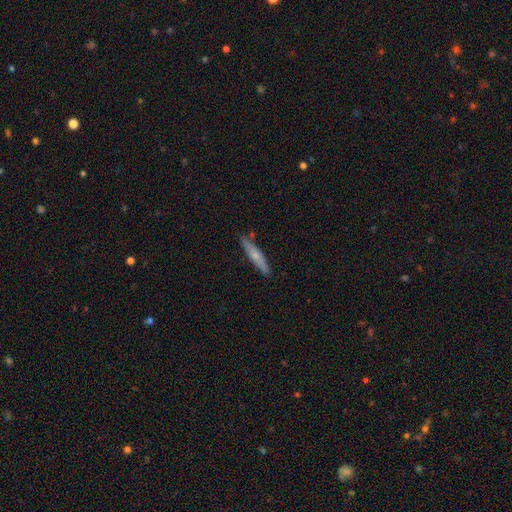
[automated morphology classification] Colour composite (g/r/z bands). It shows a smooth galaxy with no disk features (52%) that is cigar-shaped (90%). Merging: none (85%).